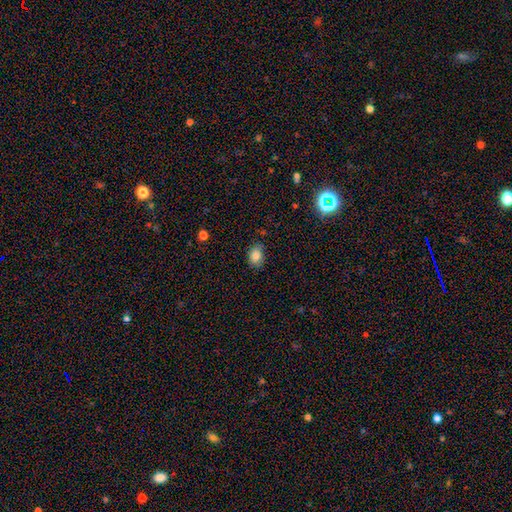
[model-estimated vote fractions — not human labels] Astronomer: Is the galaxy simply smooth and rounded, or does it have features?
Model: smooth — 83%.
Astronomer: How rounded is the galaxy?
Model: in between — 74%.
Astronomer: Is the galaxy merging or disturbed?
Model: none — 78%.